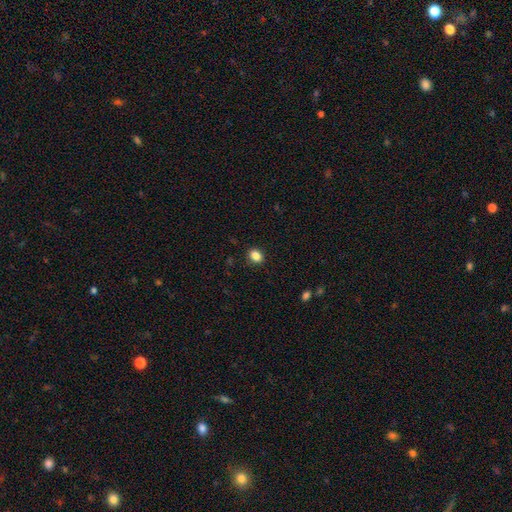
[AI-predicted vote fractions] A smooth galaxy with no disk features (86%) that is in between round and cigar-shaped (51%). Merging: none (89%).